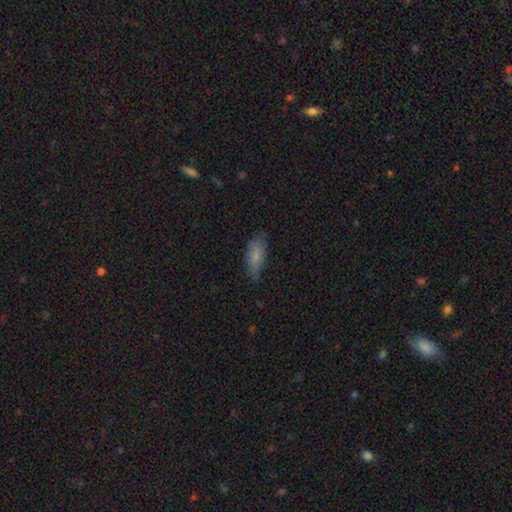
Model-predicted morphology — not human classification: The model was most divided on "merging": none: 75%, minor disturbance: 20%, major disturbance: 4%, merger: 1%. More confident: smooth or featured — smooth (81%); how rounded — in between (77%).